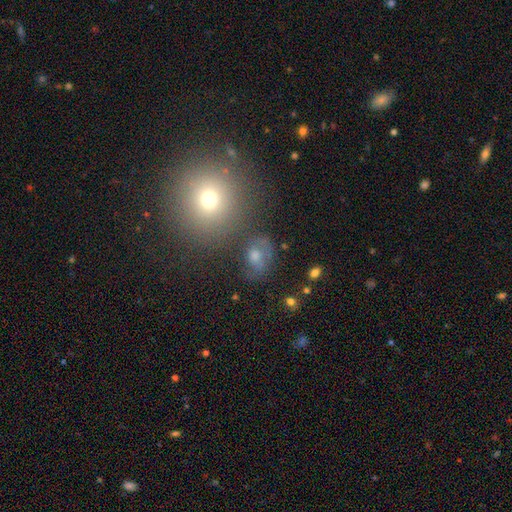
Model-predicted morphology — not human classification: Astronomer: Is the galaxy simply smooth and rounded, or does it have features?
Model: smooth — 49% (runner-up: featured or disk, 26%).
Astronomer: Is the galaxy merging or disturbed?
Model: none — 67%.